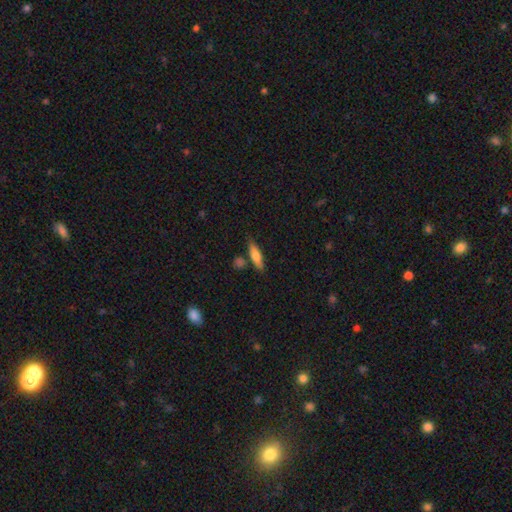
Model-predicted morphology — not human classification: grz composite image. It shows a smooth galaxy with no disk features (68%) that is cigar-shaped (64%). Merging: none (76%).